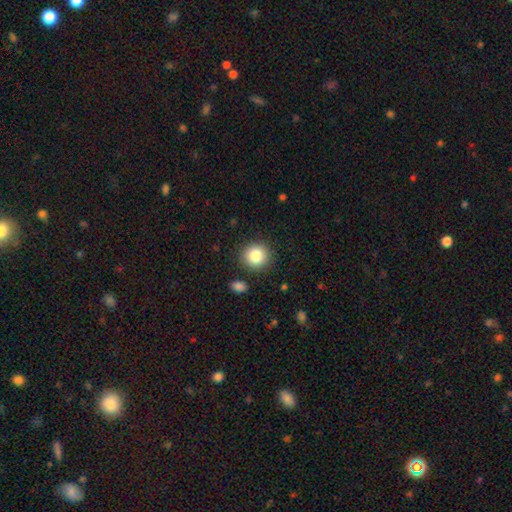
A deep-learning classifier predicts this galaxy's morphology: Smooth or featured? Predicted: smooth (p=0.85). How rounded? Predicted: round (p=0.90). Merging? Predicted: none (p=0.87).